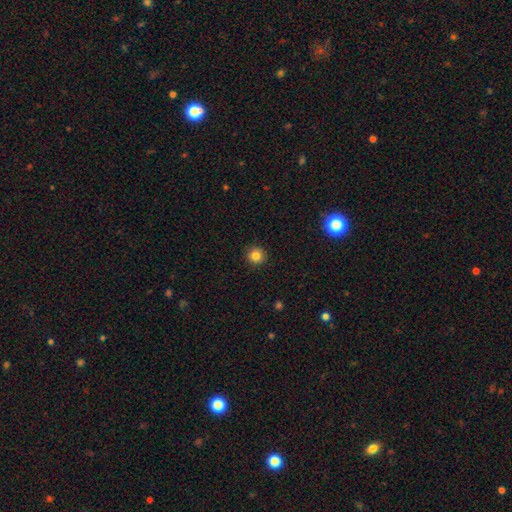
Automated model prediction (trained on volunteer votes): The model was most divided on "smooth or featured": smooth: 83%, star or artifact: 12%, featured or disk: 5%. More confident: how rounded — round (95%); merging — none (92%).